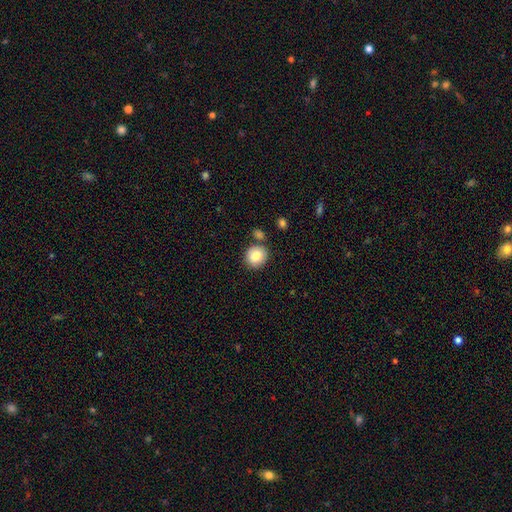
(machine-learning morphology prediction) This appears to be a smooth galaxy with no disk features (84%) that is round (81%). Merging: none (78%).